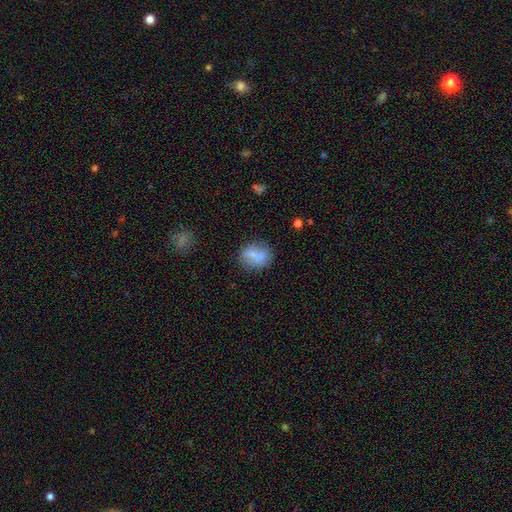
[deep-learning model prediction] The model was most divided on "how rounded": round: 51%, in between: 46%, cigar-shaped: 3%. More confident: smooth or featured — smooth (70%); merging — none (67%).